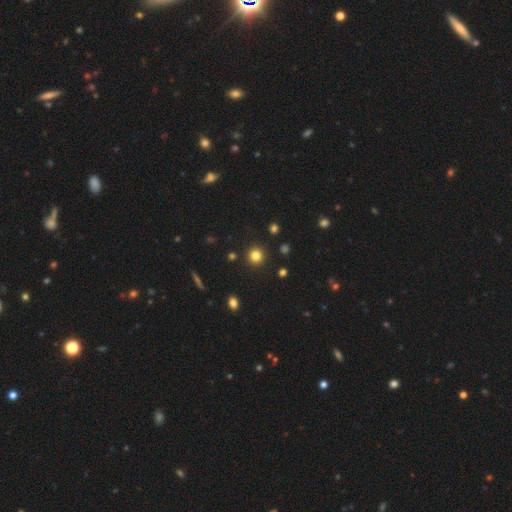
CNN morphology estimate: The model was most divided on "smooth or featured": smooth: 81%, star or artifact: 14%, featured or disk: 5%. More confident: how rounded — round (94%); merging — none (91%).